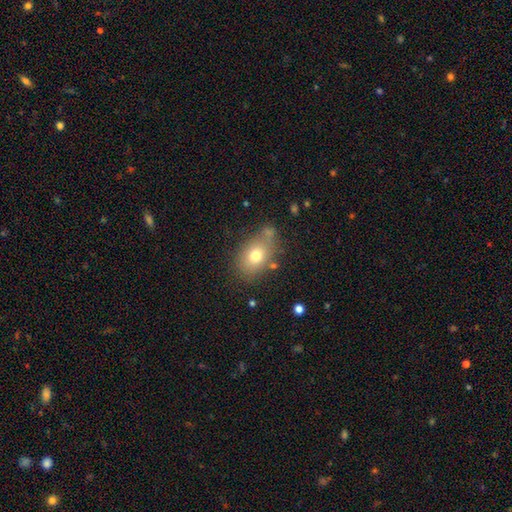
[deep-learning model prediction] Smooth or featured? smooth (73%)
How rounded? in between (77%)
Merging? none (67%)